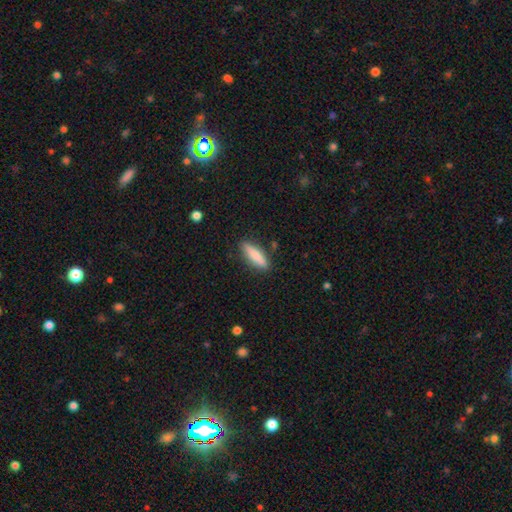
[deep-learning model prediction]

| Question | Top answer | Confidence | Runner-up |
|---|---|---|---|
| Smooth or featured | smooth | 80% | featured or disk (14%) |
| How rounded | cigar-shaped | 65% | in between (33%) |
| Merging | none | 86% | minor disturbance (10%) |